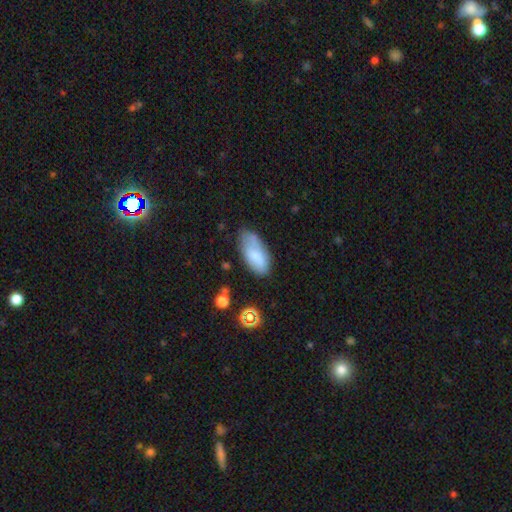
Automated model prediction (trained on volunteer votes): A smooth galaxy with no disk features (72%) that is in between round and cigar-shaped (92%).

Vote fractions:
- Smooth or featured? smooth: 72% / featured or disk: 20% / star or artifact: 8%
- How rounded? in between: 92% / cigar-shaped: 6% / round: 2%
- Merging? none: 61% / minor disturbance: 28% / major disturbance: 8% / merger: 4%